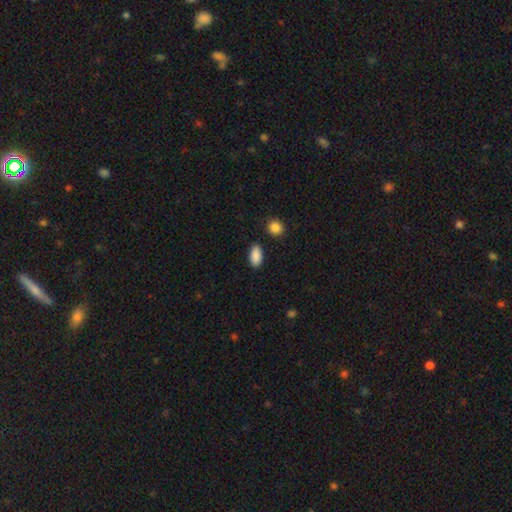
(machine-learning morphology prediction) Smooth or featured?
  - smooth: 90% *
  - star or artifact: 7%
  - featured or disk: 3%
How rounded?
  - in between: 92% *
  - cigar-shaped: 4%
  - round: 4%
Merging?
  - none: 87% *
  - minor disturbance: 9%
  - merger: 2%
  - major disturbance: 2%